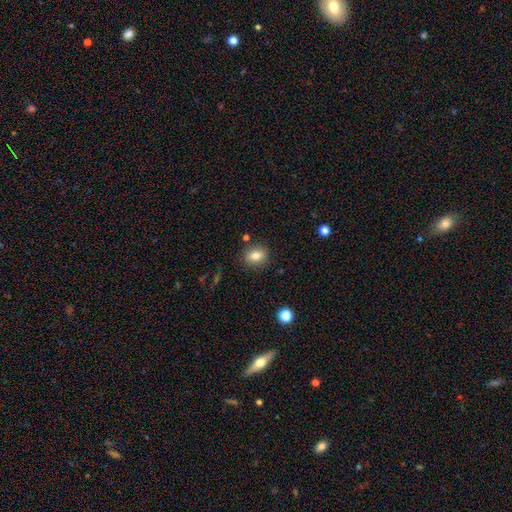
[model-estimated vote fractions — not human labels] A smooth galaxy with no disk features (79%) that is in between round and cigar-shaped (55%). Merging: none (85%).